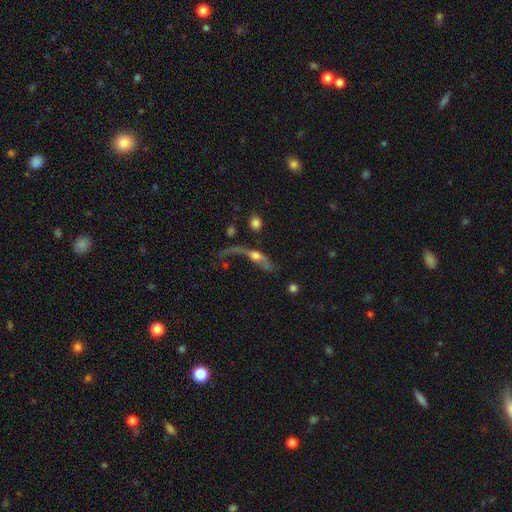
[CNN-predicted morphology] A featured or disk galaxy (52%).

Vote fractions:
- Smooth or featured? featured or disk: 52% / smooth: 36% / star or artifact: 11%
- Edge-on disk? no: 64% / yes: 36%
- Merging? major disturbance: 52% / none: 21% / merger: 14% / minor disturbance: 13%